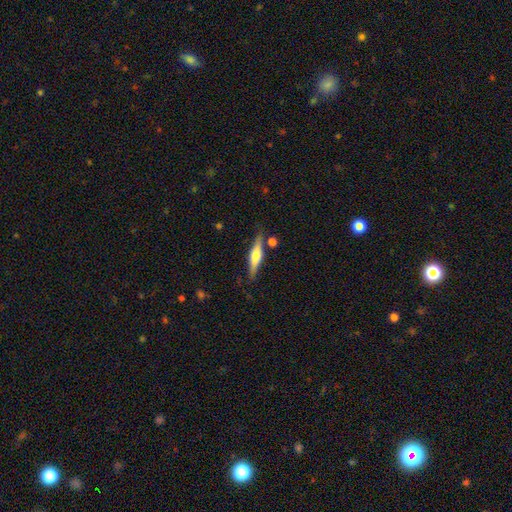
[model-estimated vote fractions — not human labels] featured or disk 52%, smooth 42%, star or artifact 6%. Down the decision tree: edge-on disk — yes (94%); merging — none (77%).